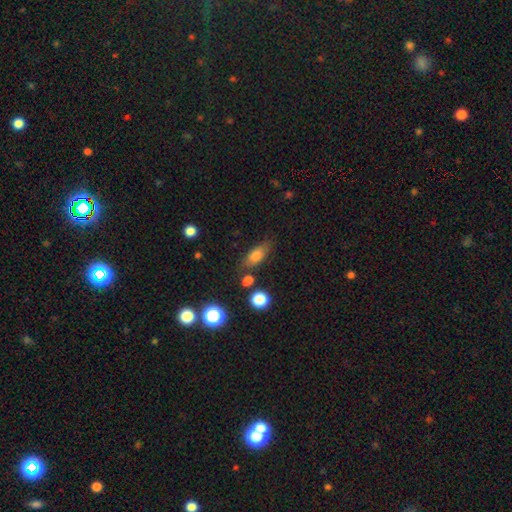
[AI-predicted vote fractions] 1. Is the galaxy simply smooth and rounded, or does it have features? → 74% smooth, 16% featured or disk, 11% star or artifact.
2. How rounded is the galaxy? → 73% in between, 18% cigar-shaped, 8% round.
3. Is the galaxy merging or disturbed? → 73% none, 16% minor disturbance, 6% merger, 5% major disturbance.